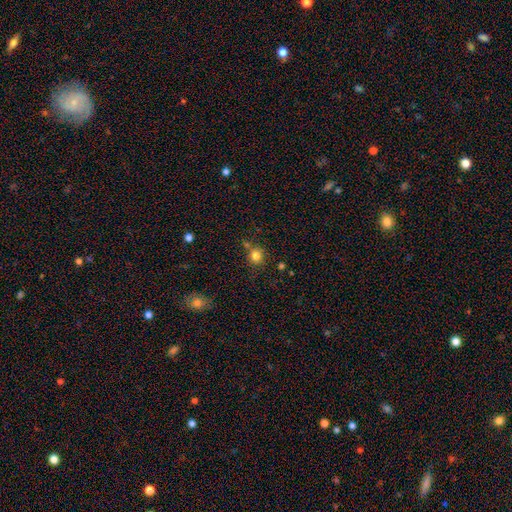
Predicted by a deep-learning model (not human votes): Overall: smooth (82%). How rounded: round (89%). Merging: none (71%).